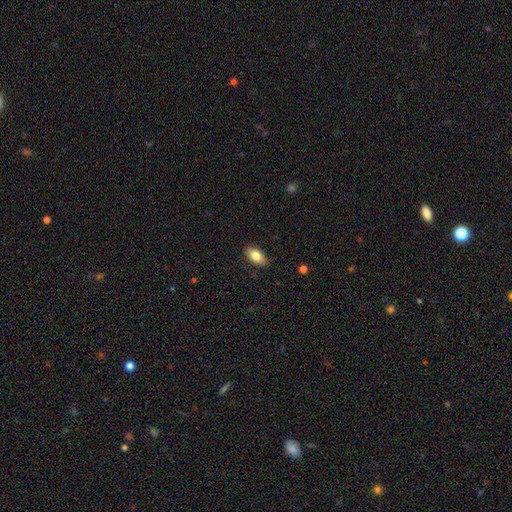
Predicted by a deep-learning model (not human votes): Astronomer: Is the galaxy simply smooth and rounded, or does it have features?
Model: smooth — 80%.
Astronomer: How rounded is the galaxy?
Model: in between — 91%.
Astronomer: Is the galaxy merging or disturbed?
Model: none — 87%.